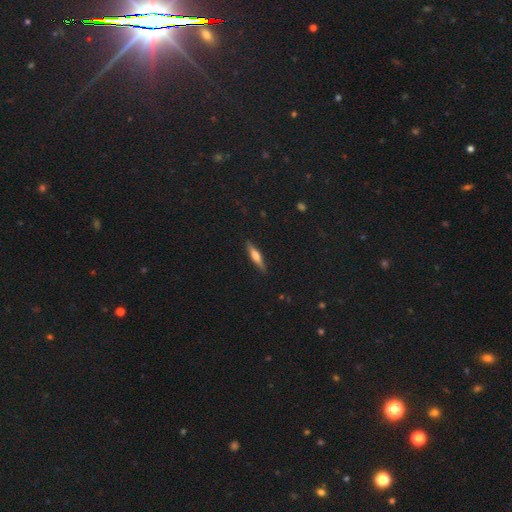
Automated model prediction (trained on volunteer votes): Q: Smooth or featured?
A: smooth (49%); runner-up: featured or disk (44%)
Q: Merging?
A: none (89%); runner-up: minor disturbance (8%)